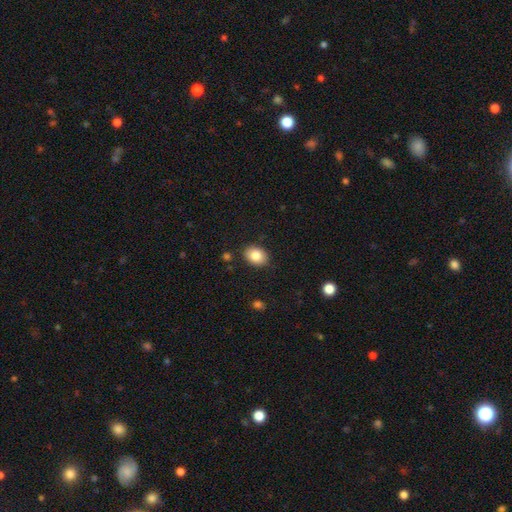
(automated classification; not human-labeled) A smooth galaxy with no disk features (85%) that is in between round and cigar-shaped (68%).

Vote fractions:
- Smooth or featured? smooth: 85% / star or artifact: 8% / featured or disk: 7%
- How rounded? in between: 68% / round: 31% / cigar-shaped: 1%
- Merging? none: 87% / minor disturbance: 9% / major disturbance: 2% / merger: 1%